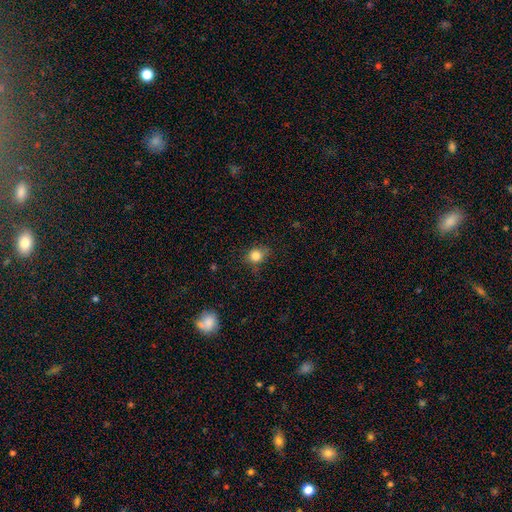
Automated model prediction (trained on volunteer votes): Smooth or featured: smooth — 82% (star or artifact — 11%)
How rounded: round — 71% (in between — 28%)
Merging: none — 73% (minor disturbance — 21%)